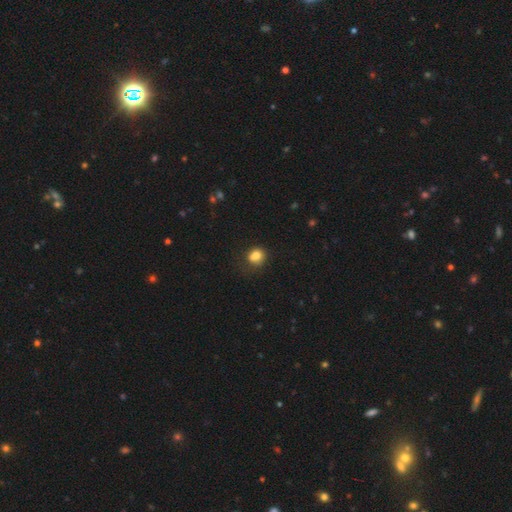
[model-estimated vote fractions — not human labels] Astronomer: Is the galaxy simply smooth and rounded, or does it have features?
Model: smooth — 80%.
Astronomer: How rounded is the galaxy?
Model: round — 68%.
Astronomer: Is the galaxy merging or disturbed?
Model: none — 55%.